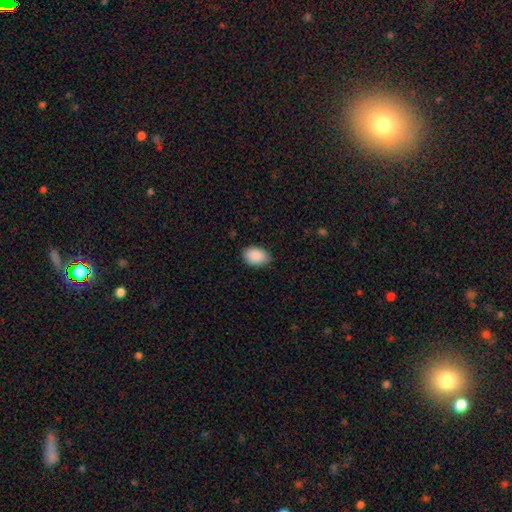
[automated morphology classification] A smooth galaxy with no disk features (90%) that is in between round and cigar-shaped (84%).

Vote fractions:
- Smooth or featured? smooth: 90% / star or artifact: 7% / featured or disk: 3%
- How rounded? in between: 84% / round: 15% / cigar-shaped: 1%
- Merging? none: 79% / minor disturbance: 18% / major disturbance: 3% / merger: 1%